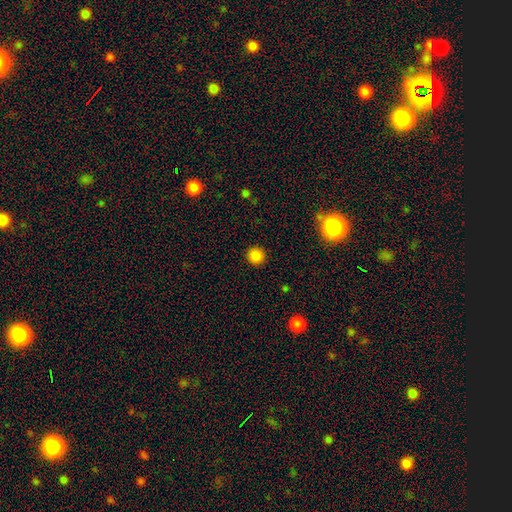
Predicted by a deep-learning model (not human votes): The model was most divided on "smooth or featured": smooth: 85%, star or artifact: 11%, featured or disk: 3%. More confident: how rounded — round (95%); merging — none (92%).